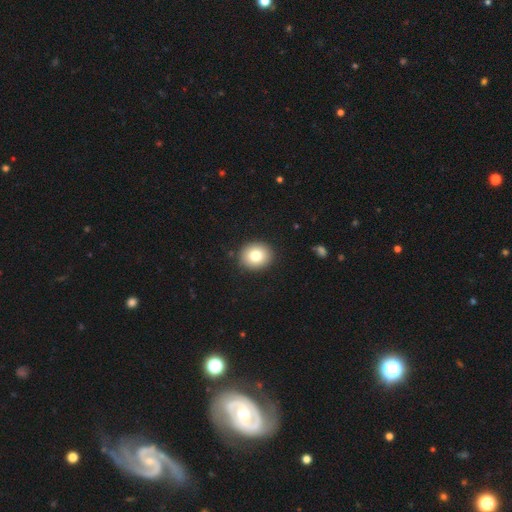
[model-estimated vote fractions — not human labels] A smooth galaxy with no disk features (81%) that is round (75%). Merging: none (90%).